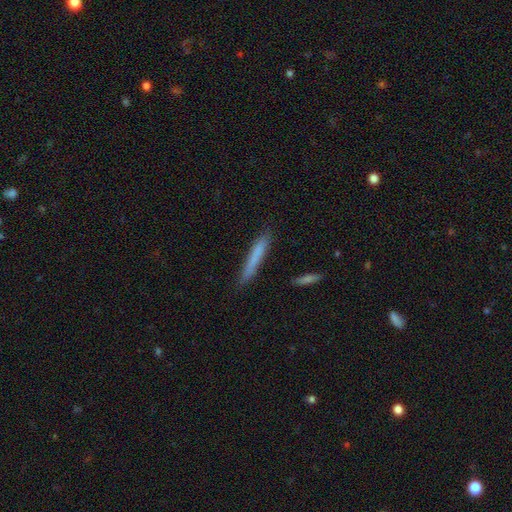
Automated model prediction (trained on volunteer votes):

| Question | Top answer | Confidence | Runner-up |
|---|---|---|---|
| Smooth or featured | smooth | 73% | featured or disk (20%) |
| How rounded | cigar-shaped | 96% | in between (3%) |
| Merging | none | 85% | minor disturbance (11%) |